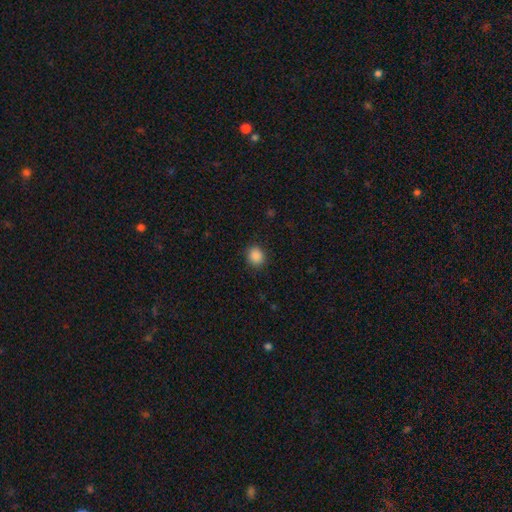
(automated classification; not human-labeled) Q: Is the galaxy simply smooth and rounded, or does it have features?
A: smooth — 88%.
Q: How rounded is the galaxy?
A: round — 77%.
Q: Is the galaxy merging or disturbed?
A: none — 89%.